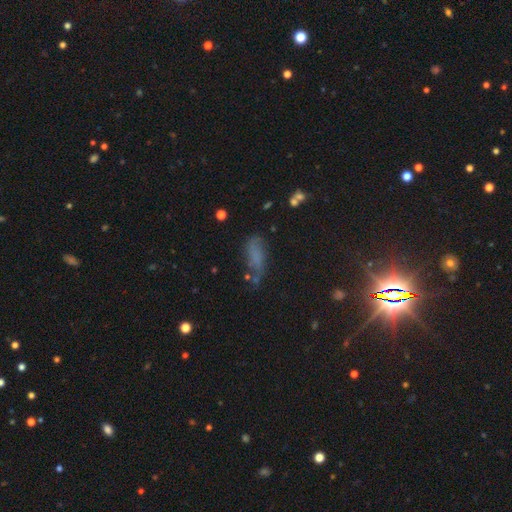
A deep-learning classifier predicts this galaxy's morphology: This appears to be a smooth galaxy with no disk features (62%) that is in between round and cigar-shaped (69%). Merging: none (52%).